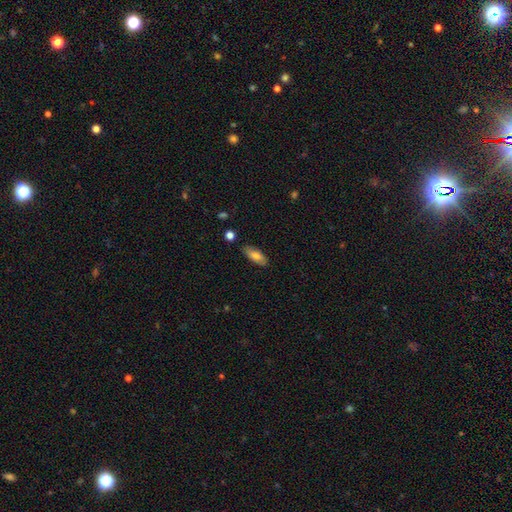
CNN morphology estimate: Smooth or featured: smooth — 78% (featured or disk — 15%)
How rounded: in between — 79% (cigar-shaped — 19%)
Merging: none — 85% (minor disturbance — 11%)